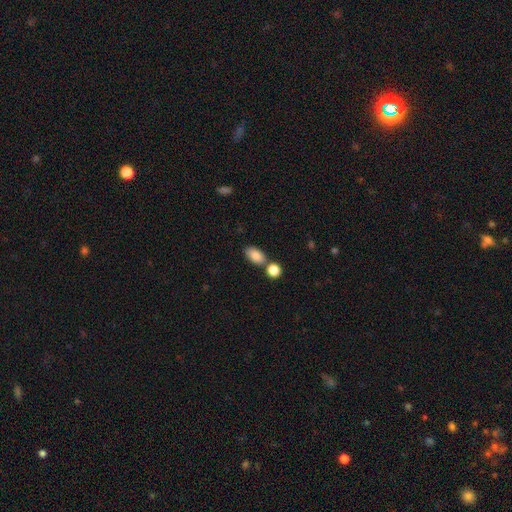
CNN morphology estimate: Overall: smooth (85%). How rounded: in between (90%). Merging: none (65%).